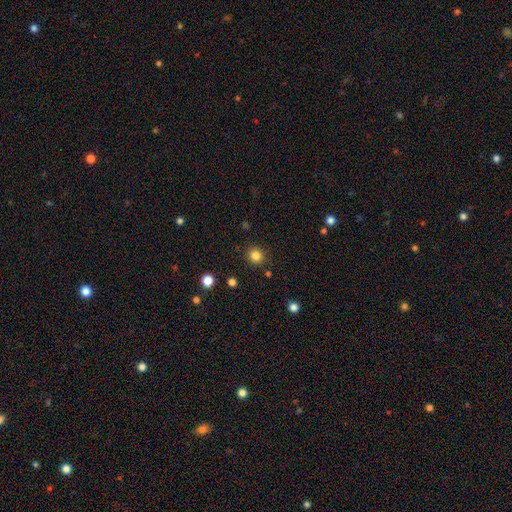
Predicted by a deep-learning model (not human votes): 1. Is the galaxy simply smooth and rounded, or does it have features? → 83% smooth, 13% star or artifact, 5% featured or disk.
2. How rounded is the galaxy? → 90% round, 9% in between, 1% cigar-shaped.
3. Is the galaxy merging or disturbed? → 89% none, 7% minor disturbance, 2% major disturbance, 2% merger.